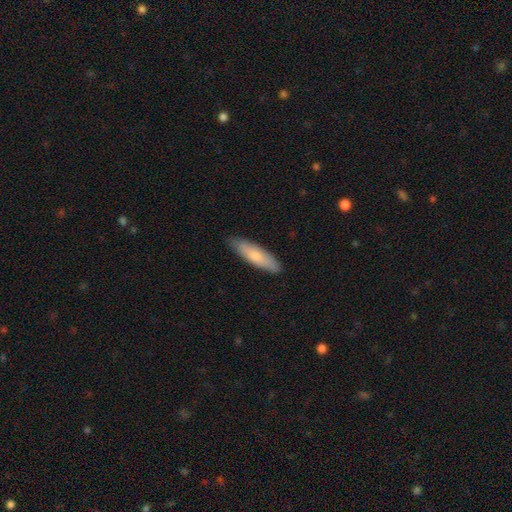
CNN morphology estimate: smooth 74%, featured or disk 21%, star or artifact 5%. Down the decision tree: how rounded — cigar-shaped (60%); merging — none (86%).